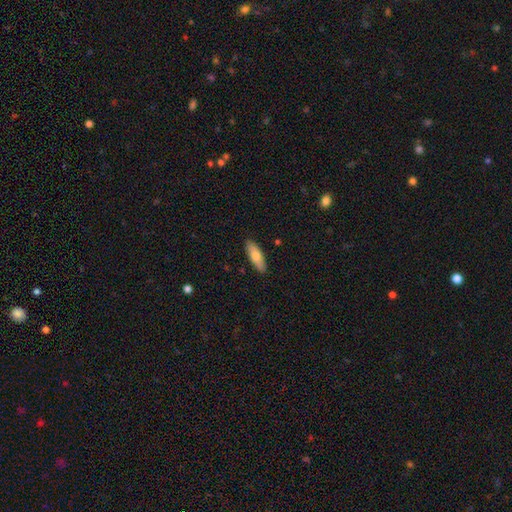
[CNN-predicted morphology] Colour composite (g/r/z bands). It shows a smooth galaxy with no disk features (71%) that is in between round and cigar-shaped (55%). Merging: none (89%).